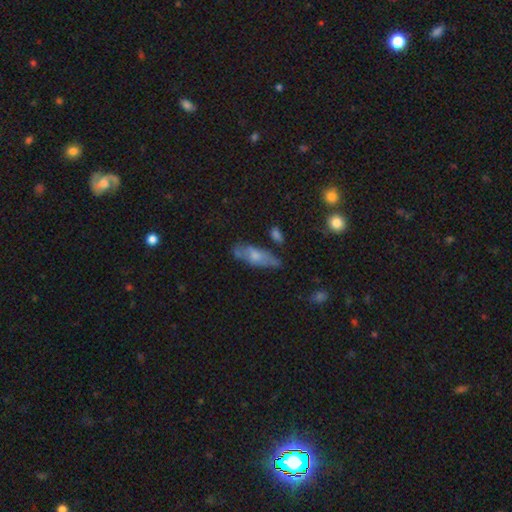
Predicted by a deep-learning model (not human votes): smooth 51%, featured or disk 41%, star or artifact 8%. Down the decision tree: how rounded — in between (66%); merging — none (57%).